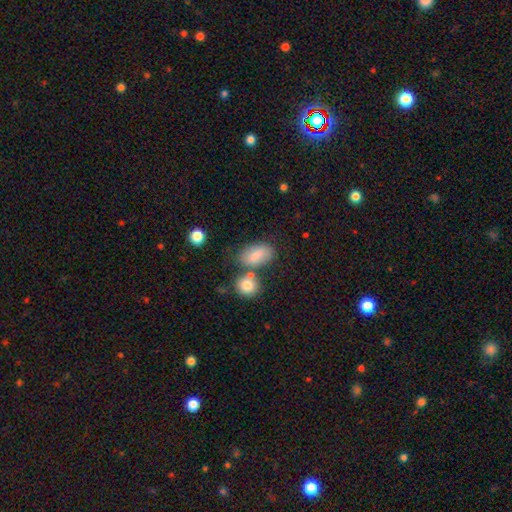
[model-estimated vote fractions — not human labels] Smooth or featured: smooth — 76% (featured or disk — 14%)
How rounded: in between — 87% (round — 9%)
Merging: none — 59% (merger — 19%)